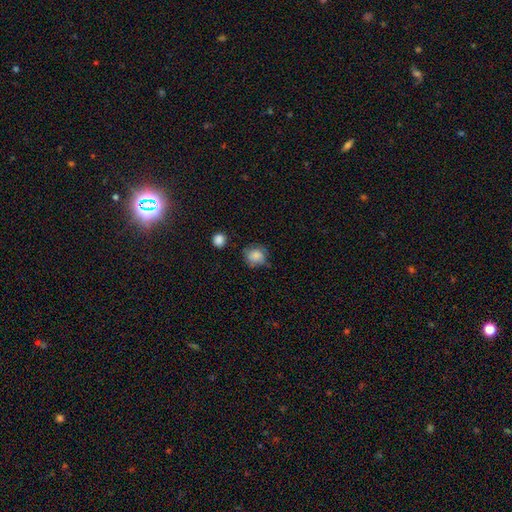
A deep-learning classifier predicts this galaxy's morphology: A smooth galaxy with no disk features (82%) that is round (81%). Merging: none (67%).